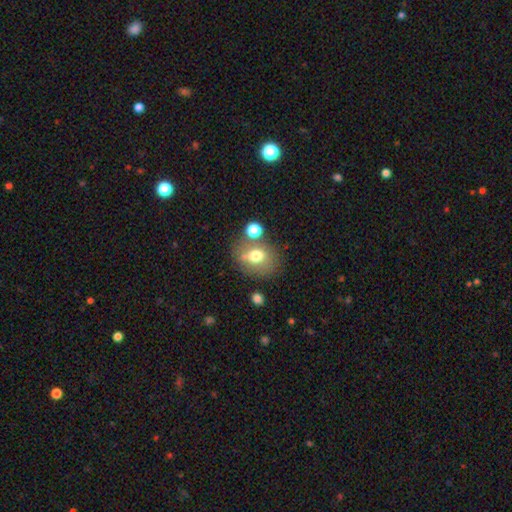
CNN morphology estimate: smooth_or_featured: smooth (p=0.67) [alt: featured or disk p=0.22]
how_rounded: in between (p=0.54) [alt: round p=0.45]
merging: none (p=0.61) [alt: minor disturbance p=0.16]